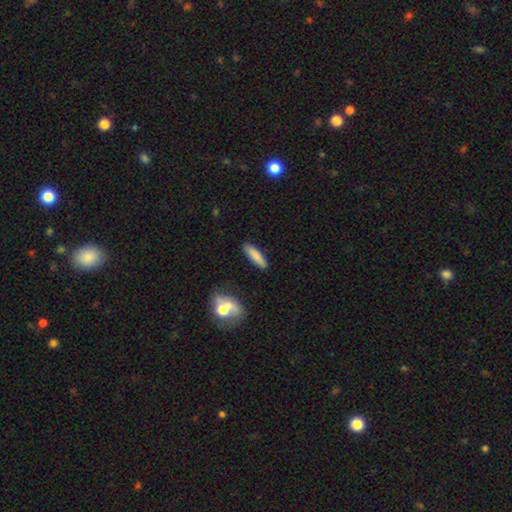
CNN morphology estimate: Smooth or featured? smooth (83%)
How rounded? cigar-shaped (70%)
Merging? none (87%)